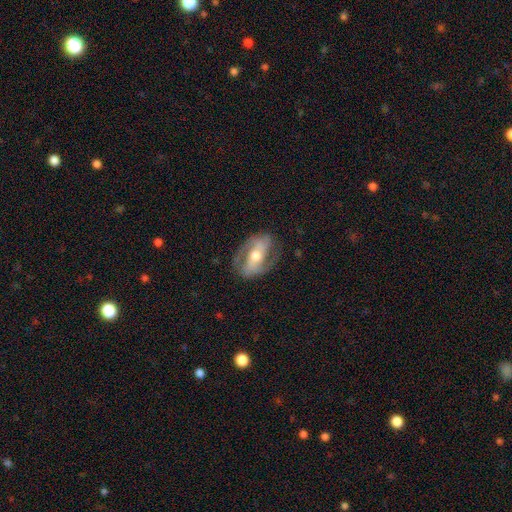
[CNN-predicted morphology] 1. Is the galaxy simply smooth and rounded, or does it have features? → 82% featured or disk, 13% smooth, 5% star or artifact.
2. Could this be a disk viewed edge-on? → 95% no, 5% yes.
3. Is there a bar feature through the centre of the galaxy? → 36% strong, 34% weak, 30% no.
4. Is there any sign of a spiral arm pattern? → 91% yes, 9% no.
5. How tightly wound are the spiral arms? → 49% medium, 26% tight, 25% loose.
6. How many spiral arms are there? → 88% 2, 5% can't tell, 2% 1, 2% 3, 1% 4, 1% more than 4.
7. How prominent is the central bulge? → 70% moderate, 19% small, 9% large, 1% none, 1% dominant.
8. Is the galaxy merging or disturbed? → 75% none, 16% minor disturbance, 8% major disturbance, 1% merger.